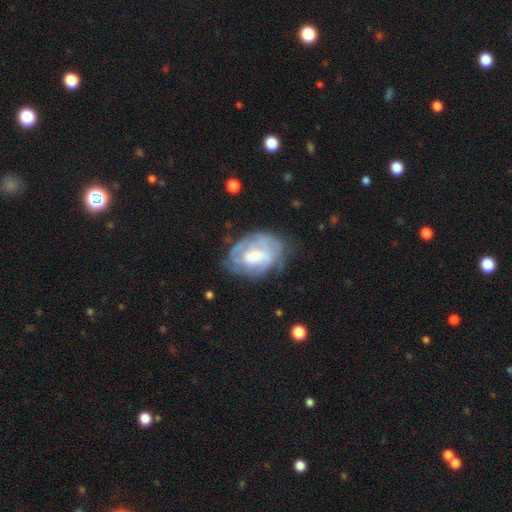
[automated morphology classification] This is likely a featured or disk galaxy (69%). It is clearly not viewed edge-on (97%). Bar: possibly no (51%). Spiral arm pattern: likely yes (77%). Spiral arm count: possibly can't tell (51%). Spiral winding: possibly tight (55%). Central bulge: marginally moderate (38%). Merging: possibly none (57%).